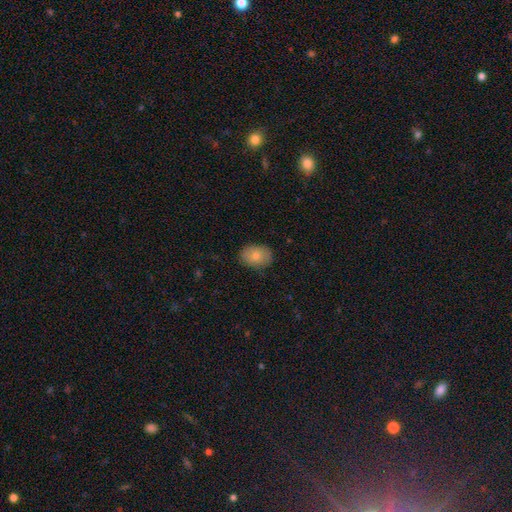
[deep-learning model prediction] Smooth or featured? Predicted: smooth (p=0.81). How rounded? Predicted: in between (p=0.73). Merging? Predicted: none (p=0.84).